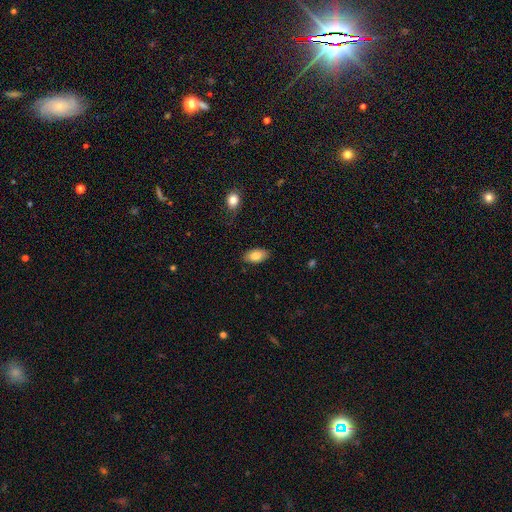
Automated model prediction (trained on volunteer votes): This is clearly a smooth galaxy (81%). How rounded: clearly in between (93%). Merging: clearly none (86%).